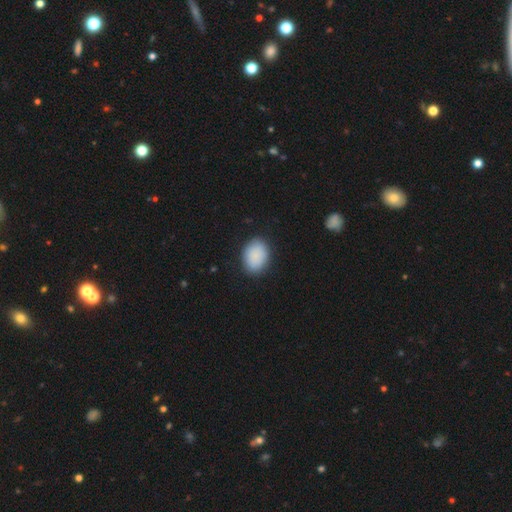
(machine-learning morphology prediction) Overall: smooth (89%). How rounded: in between (73%). Merging: none (86%).